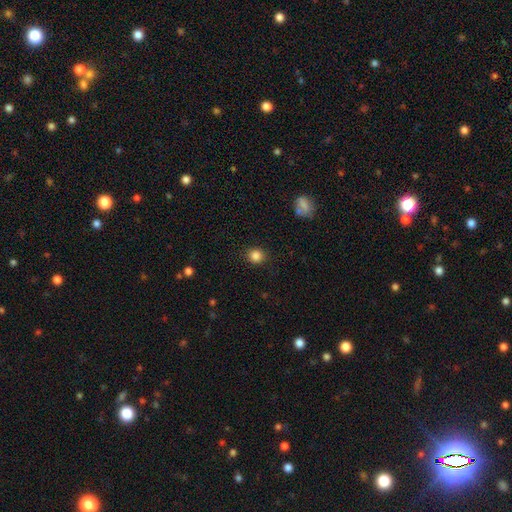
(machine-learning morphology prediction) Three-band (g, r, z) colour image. It shows a smooth galaxy with no disk features (85%) that is round (87%). Merging: none (89%).